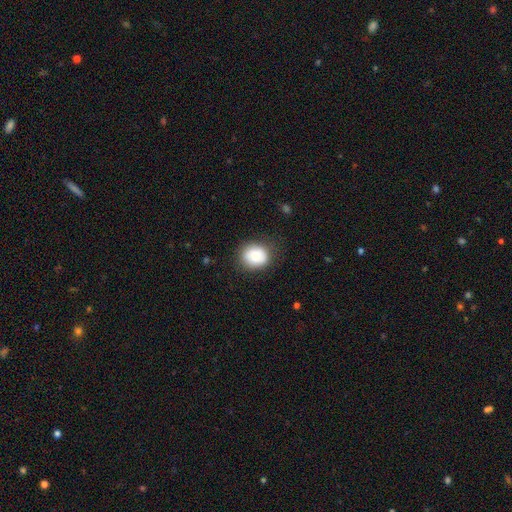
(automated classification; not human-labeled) Q: Smooth or featured?
A: smooth (79%); runner-up: featured or disk (13%)
Q: How rounded?
A: round (71%); runner-up: in between (28%)
Q: Merging?
A: none (80%); runner-up: minor disturbance (14%)